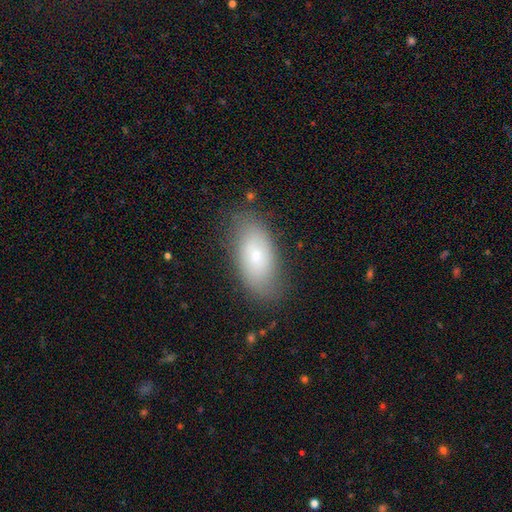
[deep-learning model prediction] Smooth or featured: smooth — 64% (featured or disk — 27%)
How rounded: in between — 90% (cigar-shaped — 7%)
Merging: none — 77% (minor disturbance — 16%)